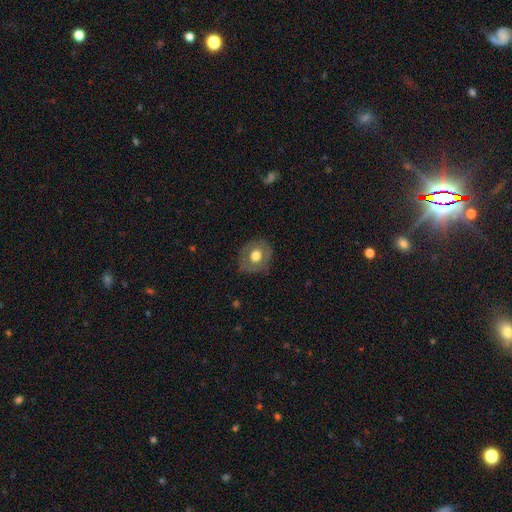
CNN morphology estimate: Smooth or featured?
  - smooth: 55% *
  - featured or disk: 38%
  - star or artifact: 8%
How rounded?
  - round: 67% *
  - in between: 32%
  - cigar-shaped: 1%
Merging?
  - none: 78% *
  - minor disturbance: 16%
  - major disturbance: 5%
  - merger: 1%